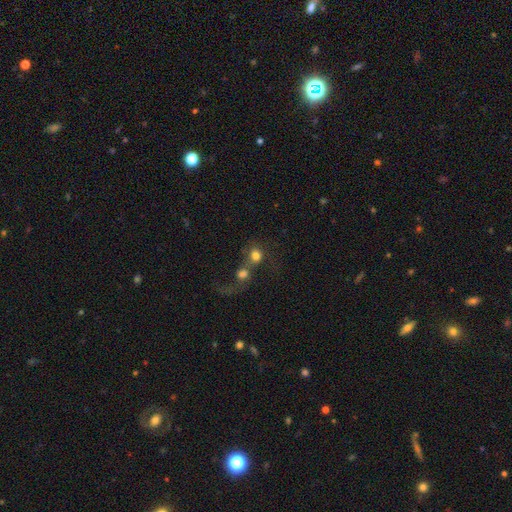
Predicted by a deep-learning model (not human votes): smooth_or_featured: smooth (p=0.72) [alt: featured or disk p=0.16]
how_rounded: round (p=0.76) [alt: in between p=0.22]
merging: merger (p=0.66) [alt: none p=0.19]